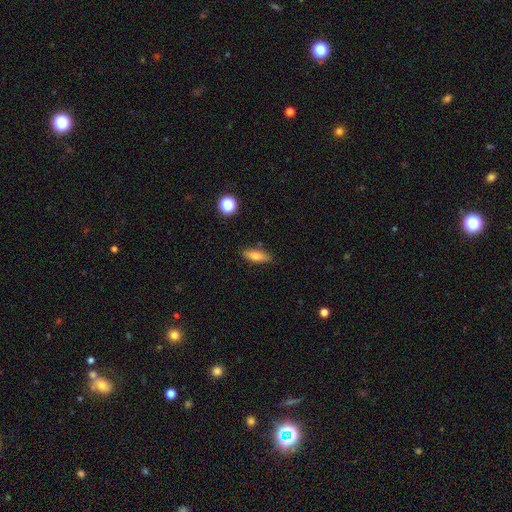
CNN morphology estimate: Smooth or featured: smooth — 76% (featured or disk — 16%)
How rounded: in between — 54% (cigar-shaped — 43%)
Merging: none — 83% (minor disturbance — 12%)